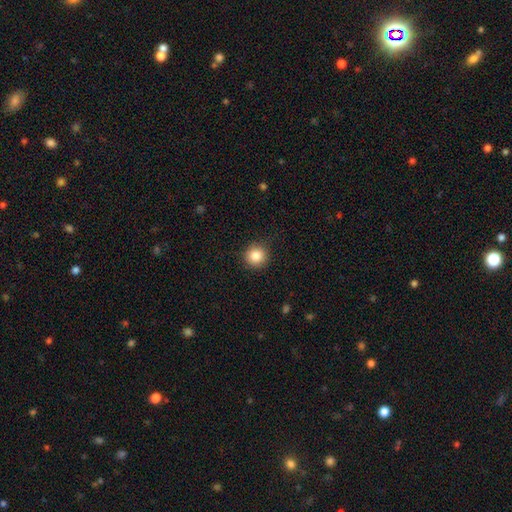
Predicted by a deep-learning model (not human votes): Smooth or featured: smooth — 85% (star or artifact — 10%)
How rounded: round — 93% (in between — 6%)
Merging: none — 88% (minor disturbance — 9%)